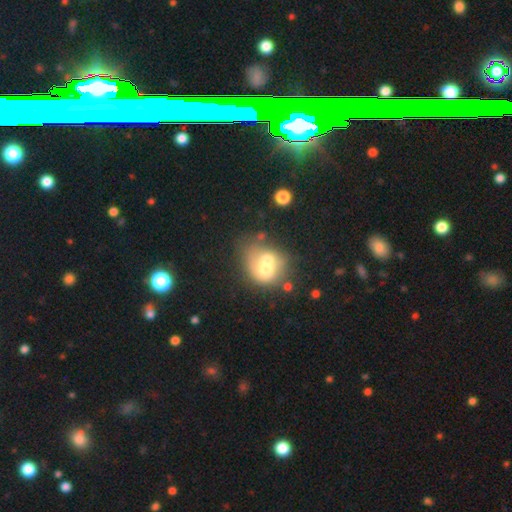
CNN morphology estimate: Smooth or featured? Predicted: smooth (p=0.51). How rounded? Predicted: round (p=0.60). Merging? Predicted: merger (p=0.65).